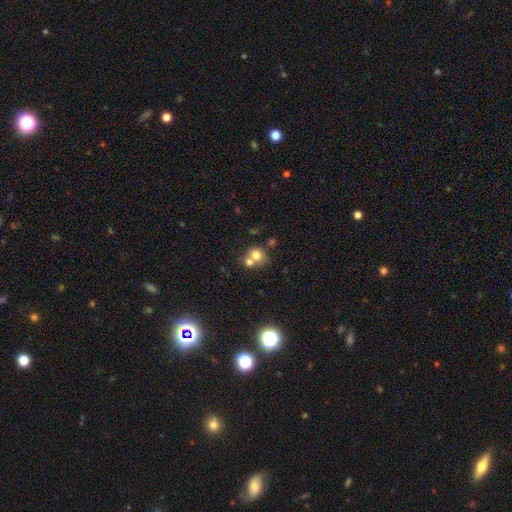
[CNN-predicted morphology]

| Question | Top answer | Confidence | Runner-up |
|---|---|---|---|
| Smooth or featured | smooth | 73% | featured or disk (16%) |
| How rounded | round | 76% | in between (23%) |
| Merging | merger | 55% | none (35%) |